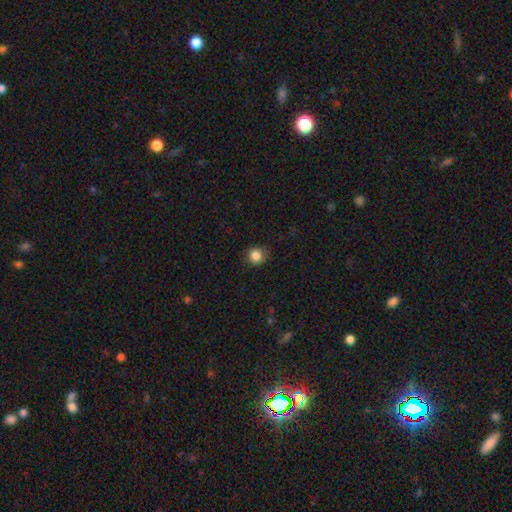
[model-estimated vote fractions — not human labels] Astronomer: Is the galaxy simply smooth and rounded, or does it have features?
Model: smooth — 85%.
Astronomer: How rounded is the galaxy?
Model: round — 91%.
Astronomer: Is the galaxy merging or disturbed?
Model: none — 84%.